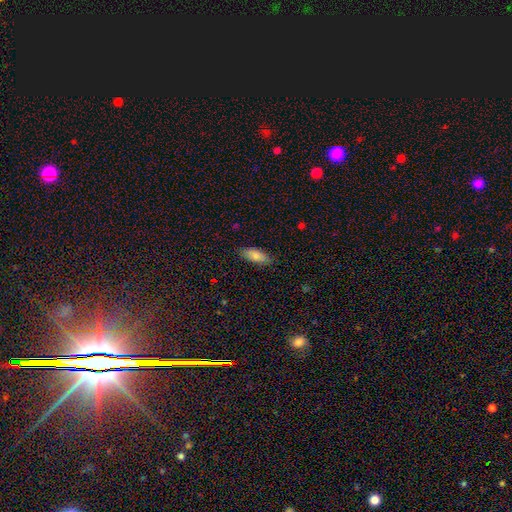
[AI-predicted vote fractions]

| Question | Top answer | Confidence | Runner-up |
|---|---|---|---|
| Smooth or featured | smooth | 82% | featured or disk (11%) |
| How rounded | in between | 77% | cigar-shaped (21%) |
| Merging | none | 85% | minor disturbance (12%) |